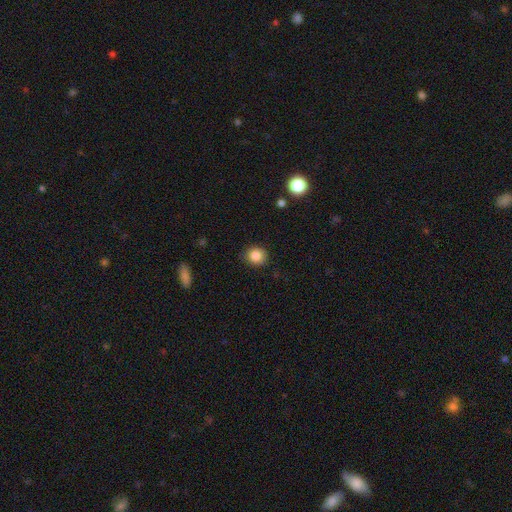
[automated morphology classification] Smooth or featured? Predicted: smooth (p=0.85). How rounded? Predicted: round (p=0.83). Merging? Predicted: none (p=0.85).